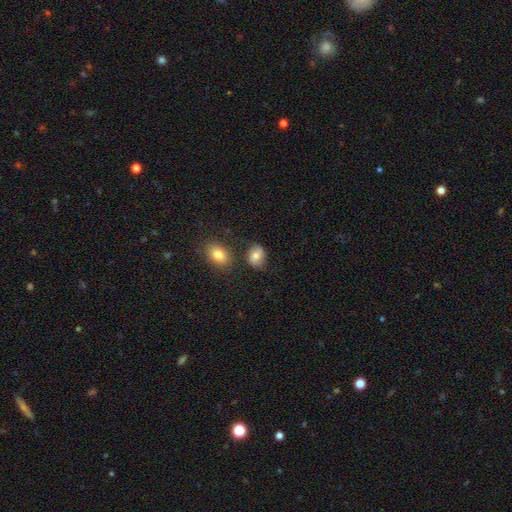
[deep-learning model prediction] This appears to be a smooth galaxy with no disk features (73%) that is in between round and cigar-shaped (56%). Merging: none (74%).